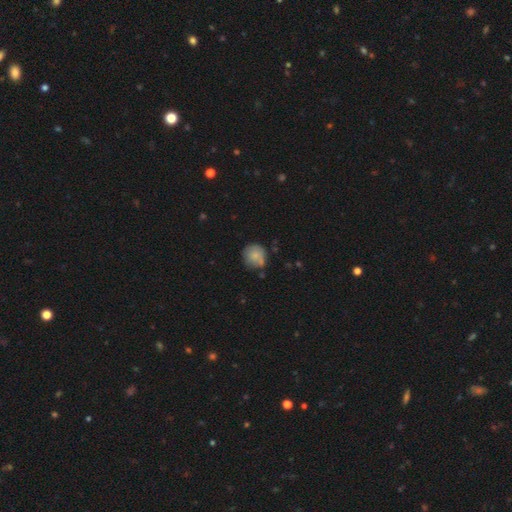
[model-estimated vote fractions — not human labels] smooth_or_featured: smooth (p=0.78) [alt: featured or disk p=0.14]
how_rounded: round (p=0.89) [alt: in between p=0.10]
merging: none (p=0.66) [alt: minor disturbance p=0.22]